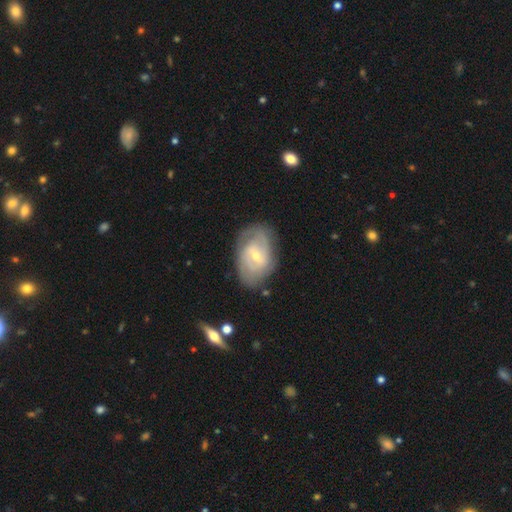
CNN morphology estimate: Smooth or featured? featured or disk (77%)
Edge-on disk? no (96%)
Bar? weak (55%)
Spiral arms? yes (89%)
Spiral winding? tight (46%)
Spiral arm count? 2 (53%)
Bulge size? small (59%)
Merging? none (75%)